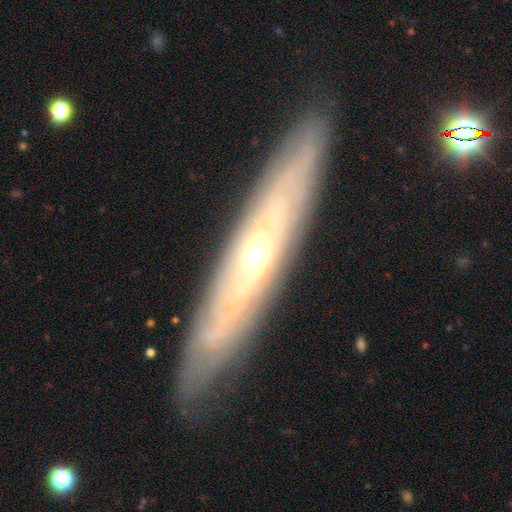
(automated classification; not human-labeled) smooth-or-featured: featured or disk: 78% | smooth: 16% | star or artifact: 6%
  disk-edge-on: yes: 60% | no: 40%
  merging: none: 88% | minor disturbance: 9% | major disturbance: 2% | merger: 1%